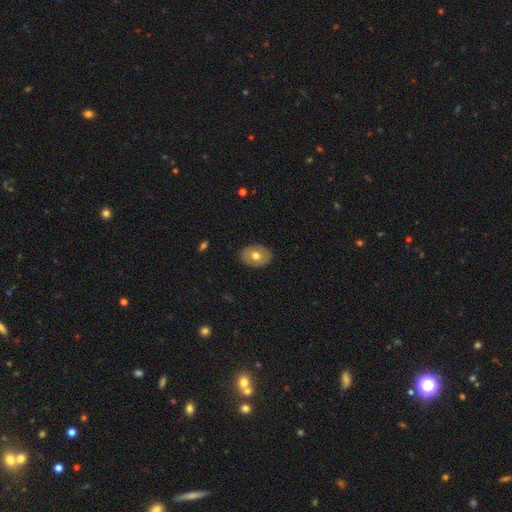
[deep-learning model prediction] Smooth or featured? Predicted: smooth (p=0.64). How rounded? Predicted: in between (p=0.73). Merging? Predicted: none (p=0.86).